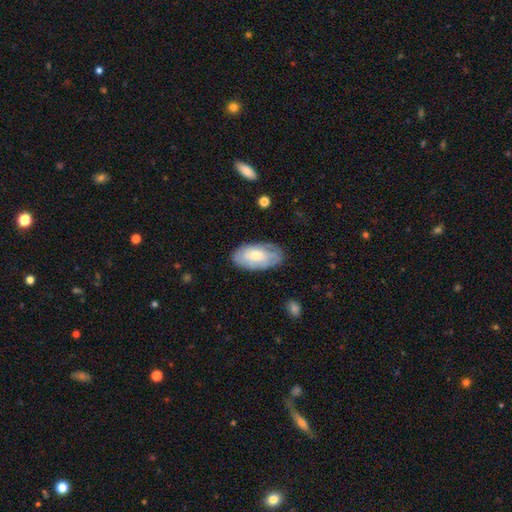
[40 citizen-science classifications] Smooth or featured? 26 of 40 (65%) said smooth. How rounded? 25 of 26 (96%) said in between. Merging? 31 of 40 (78%) said none.